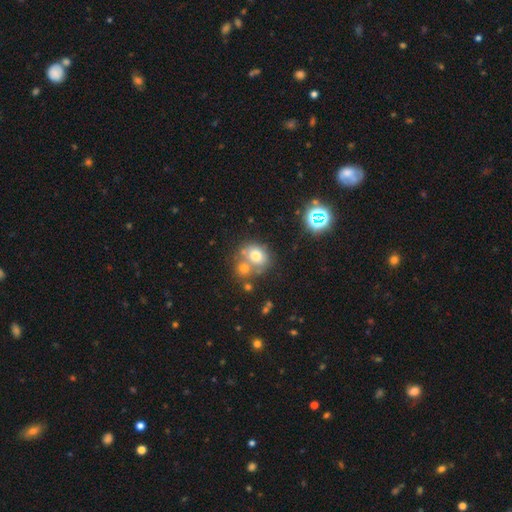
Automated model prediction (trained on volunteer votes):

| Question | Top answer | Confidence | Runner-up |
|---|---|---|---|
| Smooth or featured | smooth | 70% | featured or disk (17%) |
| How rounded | round | 64% | in between (35%) |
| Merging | none | 44% | merger (37%) |